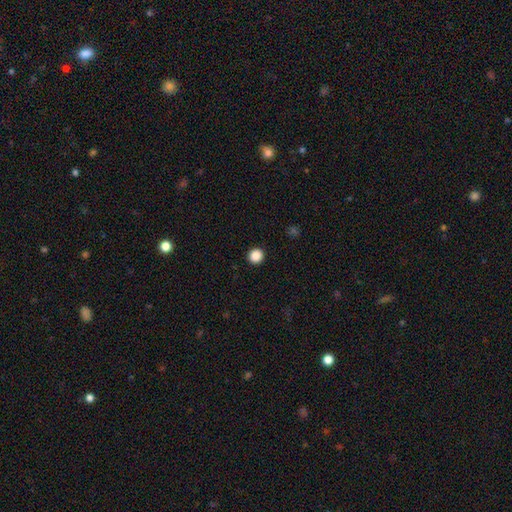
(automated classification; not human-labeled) A smooth galaxy with no disk features (88%) that is round (94%). Merging: none (94%).